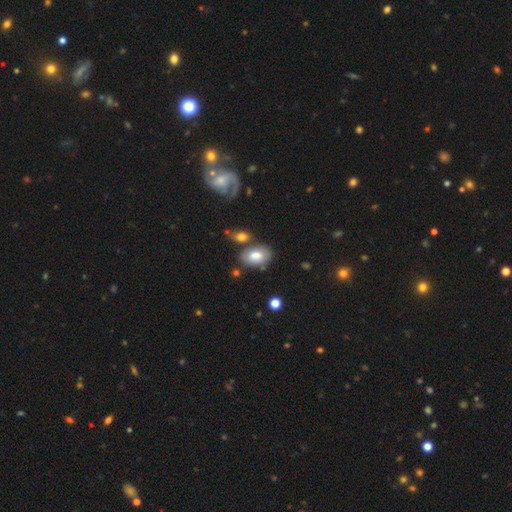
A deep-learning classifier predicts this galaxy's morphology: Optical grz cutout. It shows a smooth galaxy with no disk features (76%) that is in between round and cigar-shaped (89%). Merging: none (64%).